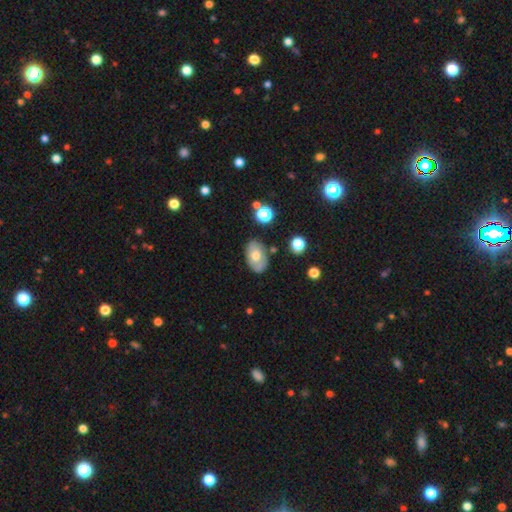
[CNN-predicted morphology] smooth 62%, featured or disk 29%, star or artifact 9%. Down the decision tree: how rounded — in between (87%); merging — none (74%).